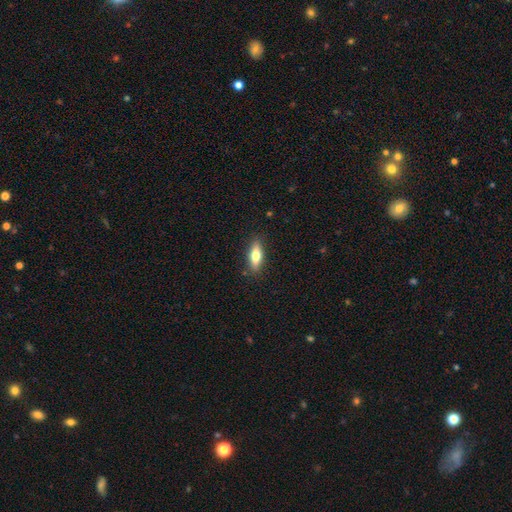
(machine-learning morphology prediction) Smooth or featured?
  - smooth: 69% *
  - featured or disk: 24%
  - star or artifact: 7%
How rounded?
  - in between: 62% *
  - cigar-shaped: 36%
  - round: 3%
Merging?
  - none: 86% *
  - minor disturbance: 10%
  - major disturbance: 2%
  - merger: 1%